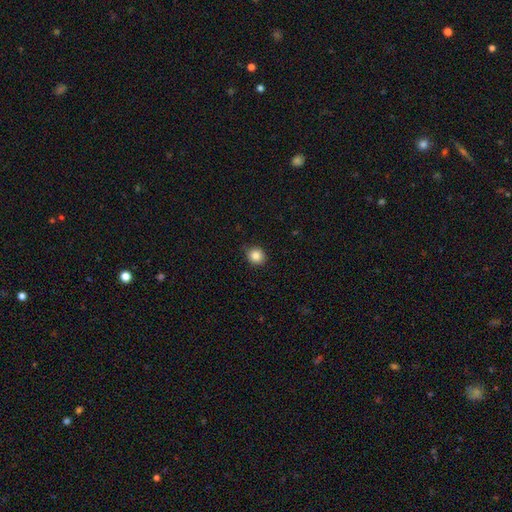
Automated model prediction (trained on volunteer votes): Overall: smooth (85%). How rounded: round (82%). Merging: none (85%).